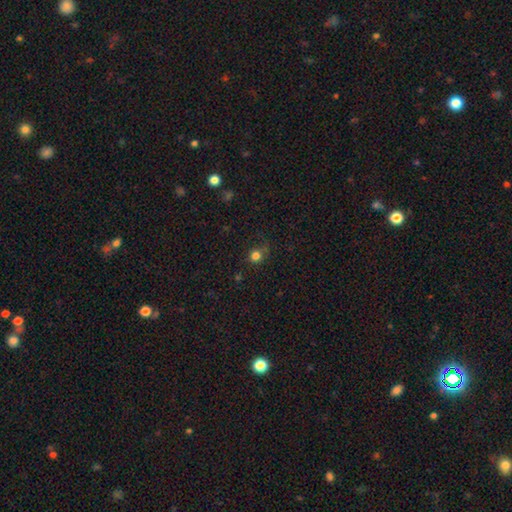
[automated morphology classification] Smooth or featured? smooth (79%)
How rounded? round (87%)
Merging? none (74%)